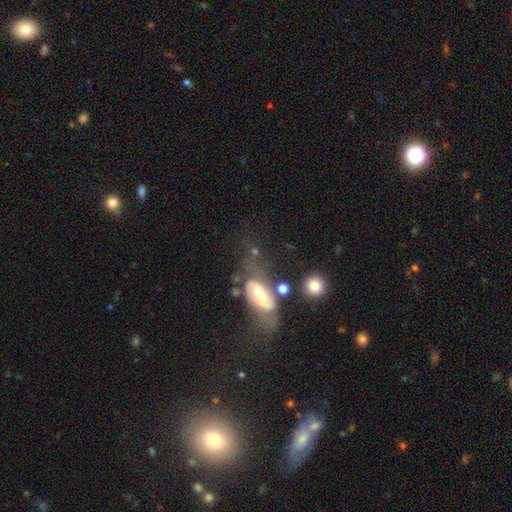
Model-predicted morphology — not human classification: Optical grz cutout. It shows a featured or disk galaxy (54%). Merging: none (40%).